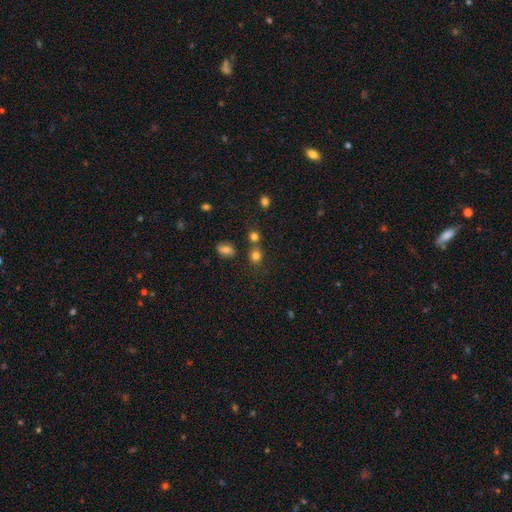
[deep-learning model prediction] smooth-or-featured: smooth: 78% | star or artifact: 15% | featured or disk: 6%
  how-rounded: round: 81% | in between: 18% | cigar-shaped: 1%
  merging: none: 64% | merger: 23% | minor disturbance: 9% | major disturbance: 4%